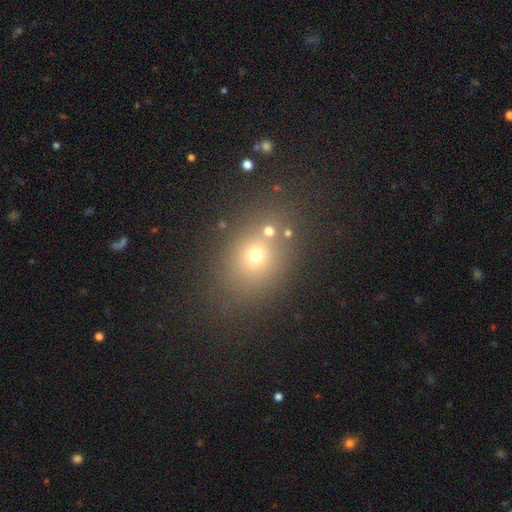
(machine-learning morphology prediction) A smooth galaxy with no disk features (60%) that is round (55%). Merging: none (72%).